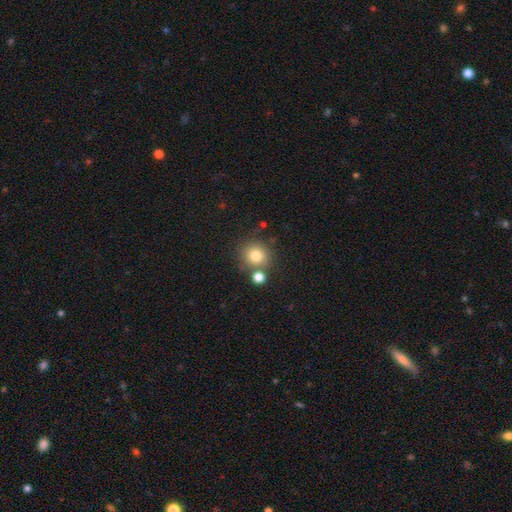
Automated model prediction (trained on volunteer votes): Morphology: type=smooth (80%); roundness=round (88%); merging=none (70%).